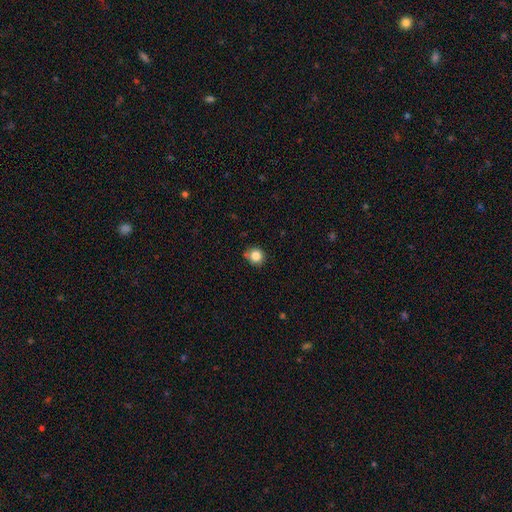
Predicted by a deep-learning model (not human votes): Morphology: type=smooth (84%); roundness=round (88%); merging=none (77%).